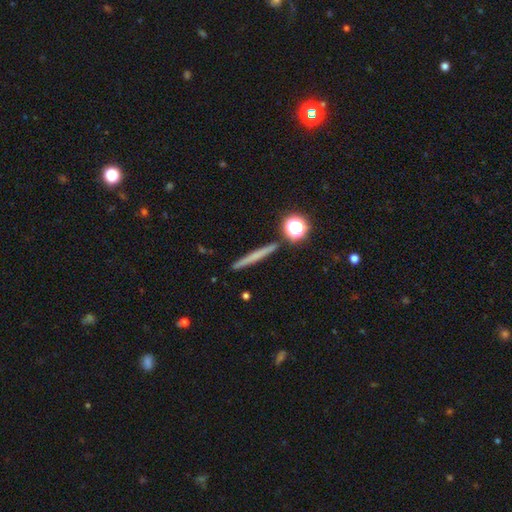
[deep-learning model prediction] This appears to be a smooth galaxy with no disk features (54%) that is cigar-shaped (91%). Merging: none (90%).